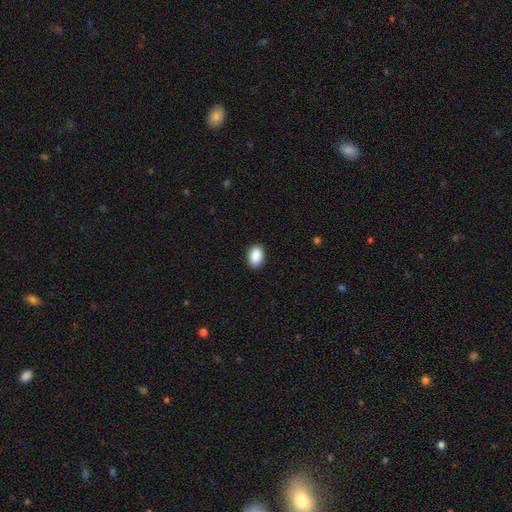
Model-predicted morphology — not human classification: smooth 90%, star or artifact 7%, featured or disk 3%. Down the decision tree: how rounded — in between (86%); merging — none (91%).